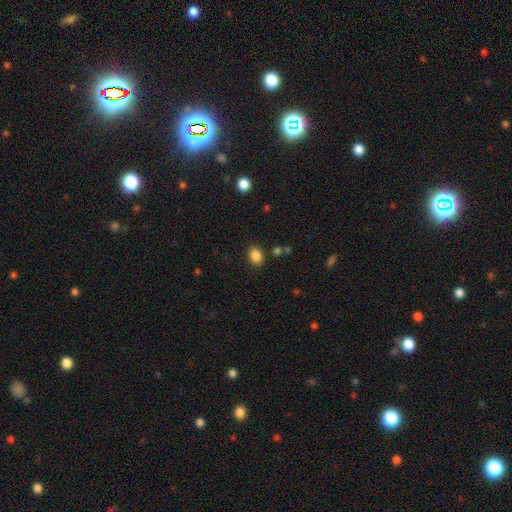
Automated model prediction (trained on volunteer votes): Smooth or featured? smooth (86%)
How rounded? in between (56%)
Merging? none (84%)